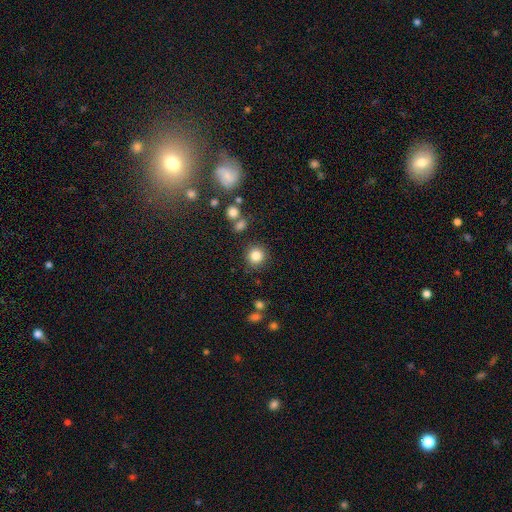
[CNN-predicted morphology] The model was most divided on "smooth or featured": smooth: 83%, star or artifact: 11%, featured or disk: 6%. More confident: how rounded — round (91%); merging — none (84%).